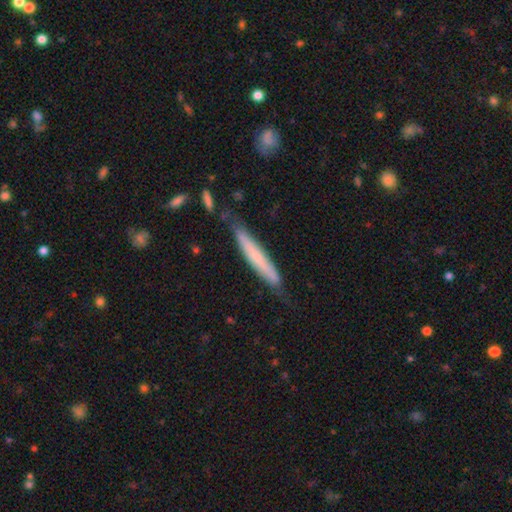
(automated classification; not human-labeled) A smooth galaxy with no disk features (59%) that is cigar-shaped (94%). Merging: none (71%).